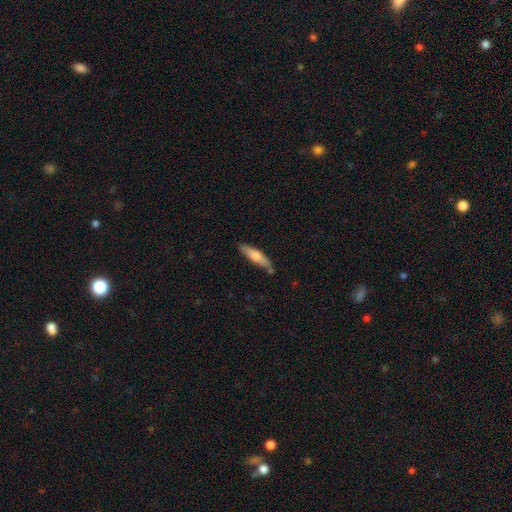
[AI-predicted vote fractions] Smooth or featured?
  - smooth: 65% *
  - featured or disk: 29%
  - star or artifact: 5%
How rounded?
  - cigar-shaped: 76% *
  - in between: 22%
  - round: 2%
Merging?
  - none: 78% *
  - minor disturbance: 14%
  - merger: 5%
  - major disturbance: 2%